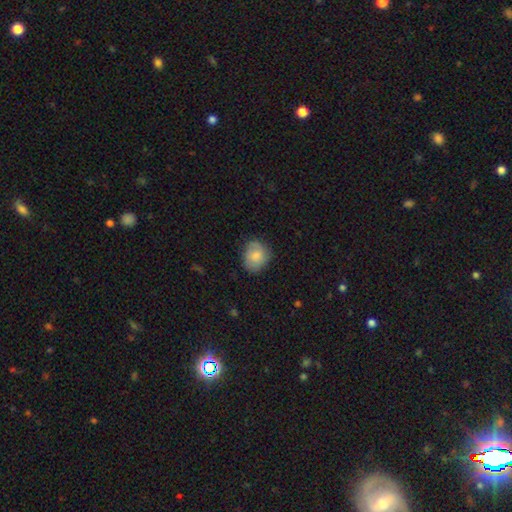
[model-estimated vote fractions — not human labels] smooth-or-featured: smooth: 71% | featured or disk: 22% | star or artifact: 7%
  how-rounded: round: 57% | in between: 42% | cigar-shaped: 1%
  merging: none: 69% | minor disturbance: 24% | major disturbance: 6% | merger: 1%